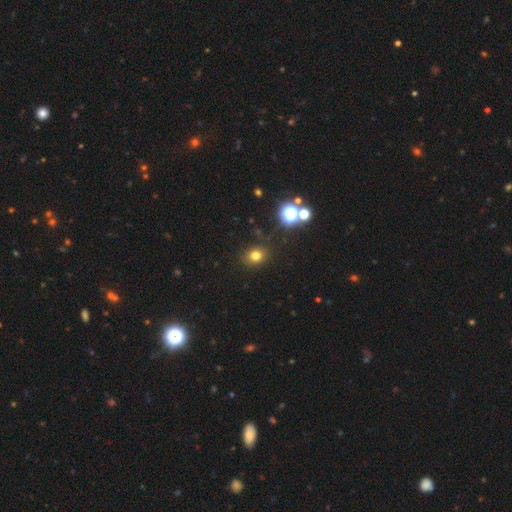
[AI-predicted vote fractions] A smooth galaxy with no disk features (75%) that is round (68%).

Vote fractions:
- Smooth or featured? smooth: 75% / star or artifact: 18% / featured or disk: 7%
- How rounded? round: 68% / in between: 31% / cigar-shaped: 1%
- Merging? none: 85% / minor disturbance: 9% / major disturbance: 3% / merger: 3%